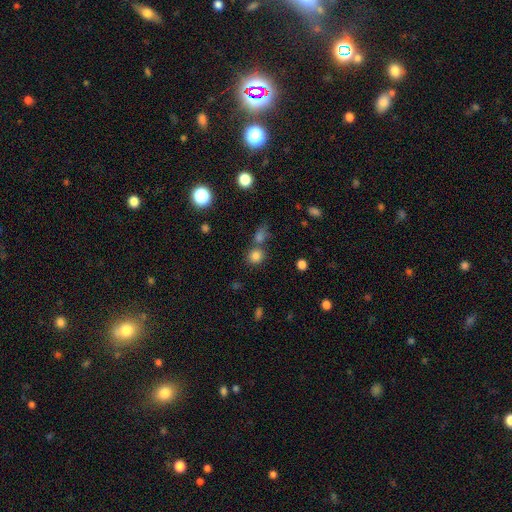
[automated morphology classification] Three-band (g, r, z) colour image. It shows a smooth galaxy with no disk features (80%) that is round (82%). Merging: none (64%).